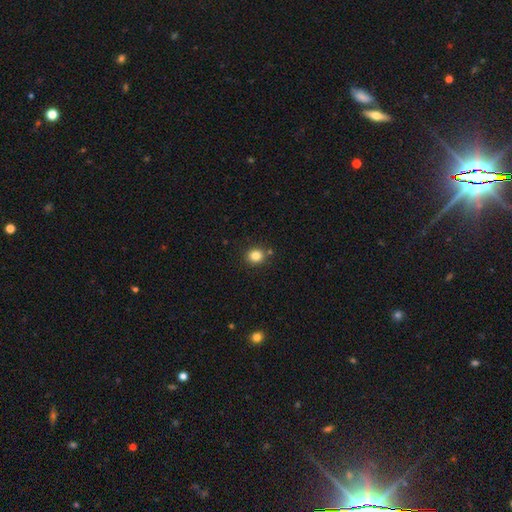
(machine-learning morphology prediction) Smooth or featured? smooth (83%)
How rounded? round (81%)
Merging? none (84%)